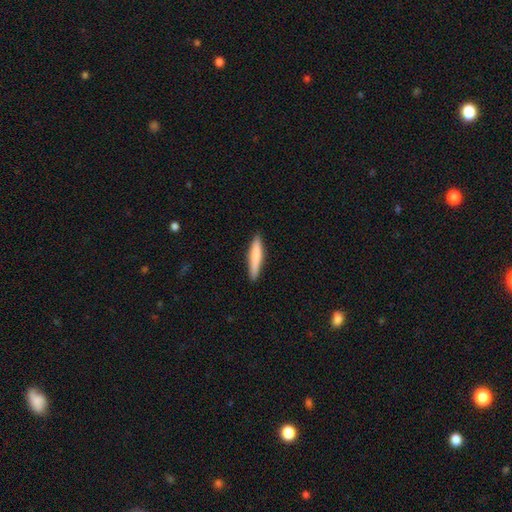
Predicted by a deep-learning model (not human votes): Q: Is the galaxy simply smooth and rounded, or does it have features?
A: smooth — 78%.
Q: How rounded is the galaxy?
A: cigar-shaped — 90%.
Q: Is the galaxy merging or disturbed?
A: none — 89%.